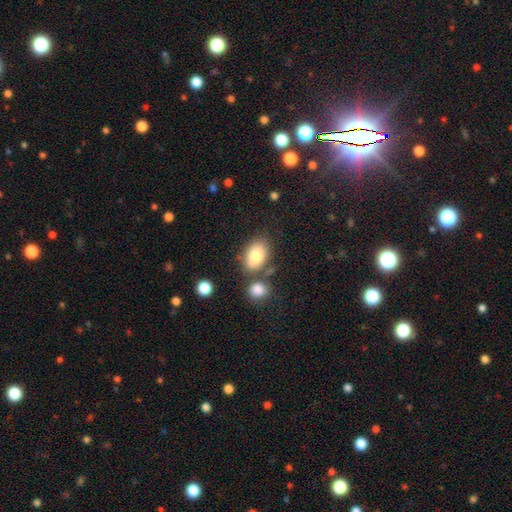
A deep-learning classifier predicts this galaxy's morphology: smooth-or-featured: smooth: 80% | featured or disk: 12% | star or artifact: 8%
  how-rounded: in between: 83% | round: 16% | cigar-shaped: 1%
  merging: none: 64% | minor disturbance: 15% | merger: 15% | major disturbance: 5%